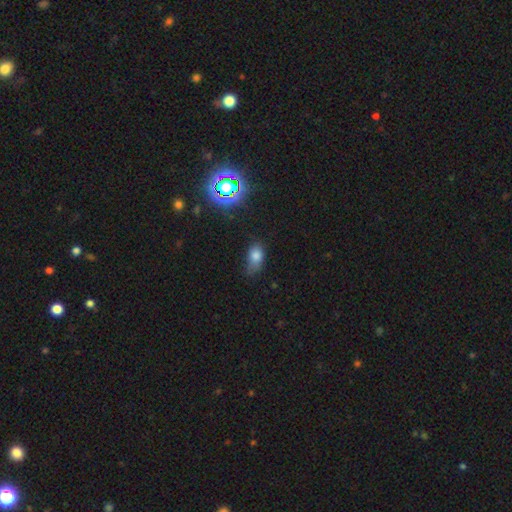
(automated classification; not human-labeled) Overall: smooth (76%). How rounded: in between (80%). Merging: none (49%; minor disturbance 36%).